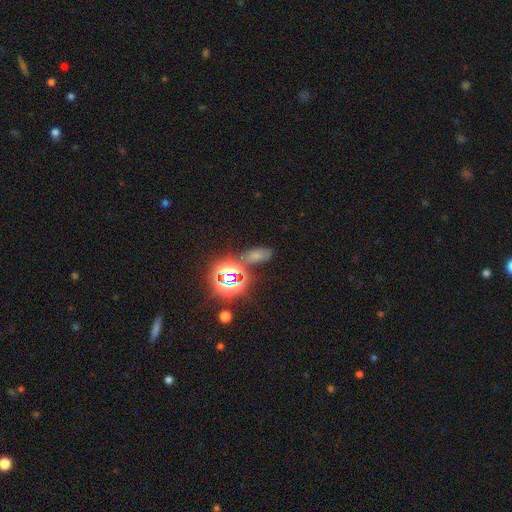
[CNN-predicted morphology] Q: Smooth or featured?
A: smooth (52%); runner-up: star or artifact (37%)
Q: How rounded?
A: in between (82%); runner-up: round (10%)
Q: Merging?
A: none (67%); runner-up: minor disturbance (17%)